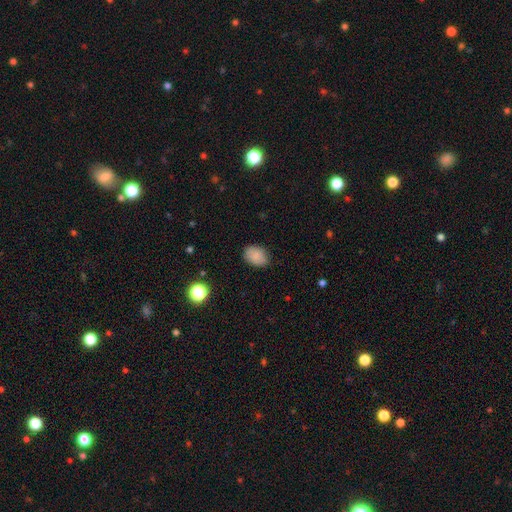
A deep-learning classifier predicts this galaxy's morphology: A smooth galaxy with no disk features (86%) that is in between round and cigar-shaped (76%).

Vote fractions:
- Smooth or featured? smooth: 86% / star or artifact: 9% / featured or disk: 6%
- How rounded? in between: 76% / round: 23% / cigar-shaped: 1%
- Merging? none: 82% / minor disturbance: 14% / major disturbance: 3% / merger: 1%